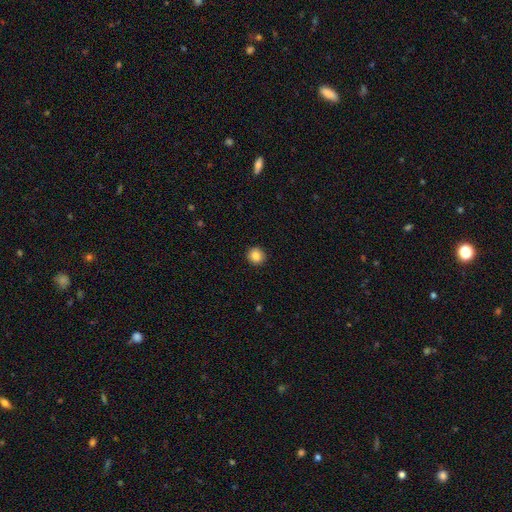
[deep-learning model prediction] smooth 85%, star or artifact 9%, featured or disk 5%. Down the decision tree: how rounded — round (91%); merging — none (92%).